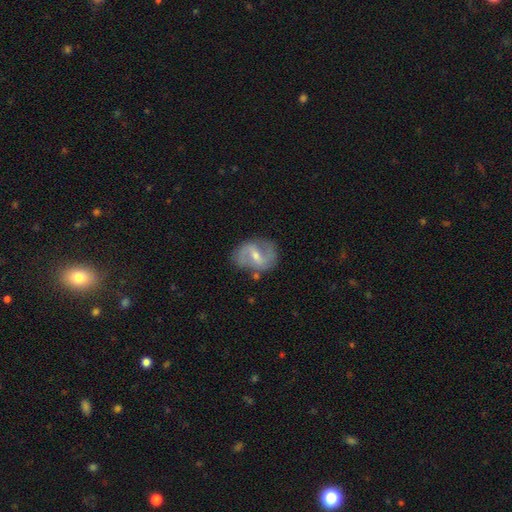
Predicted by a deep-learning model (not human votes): Overall: featured or disk (77%). Edge-on disk: no (97%). Bar: weak (49%; strong 34%). Spiral arms: yes (86%). Spiral arm count: 2 (88%). Spiral winding: loose (43%; medium 41%). Bulge size: small (50%; moderate 45%). Merging: none (75%).